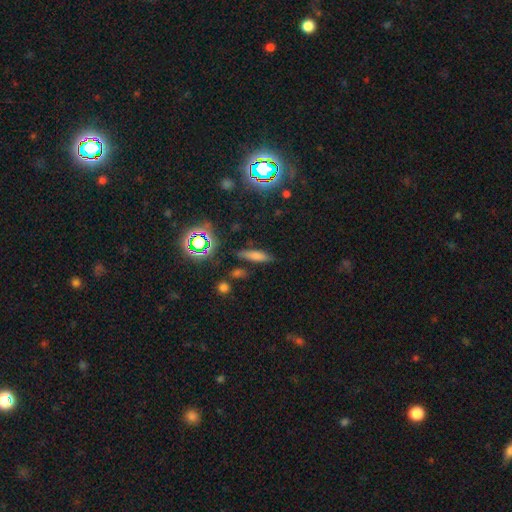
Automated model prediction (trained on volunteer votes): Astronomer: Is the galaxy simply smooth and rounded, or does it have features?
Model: smooth — 67%.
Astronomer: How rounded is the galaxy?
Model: cigar-shaped — 63%.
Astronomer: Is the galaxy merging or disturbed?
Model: none — 77%.